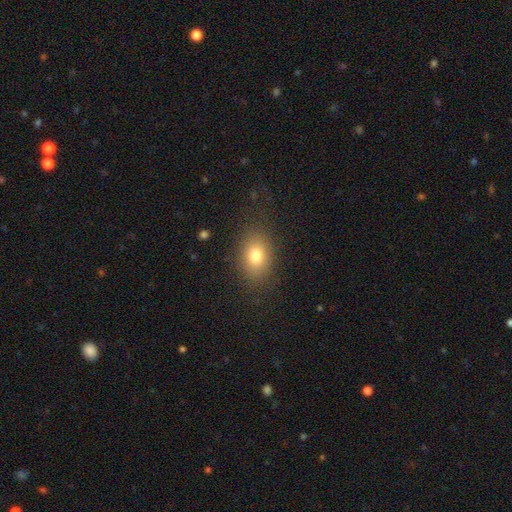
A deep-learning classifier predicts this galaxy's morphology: Smooth or featured?
  - smooth: 77% *
  - star or artifact: 11%
  - featured or disk: 11%
How rounded?
  - in between: 72% *
  - round: 26%
  - cigar-shaped: 1%
Merging?
  - none: 84% *
  - minor disturbance: 11%
  - major disturbance: 5%
  - merger: 1%